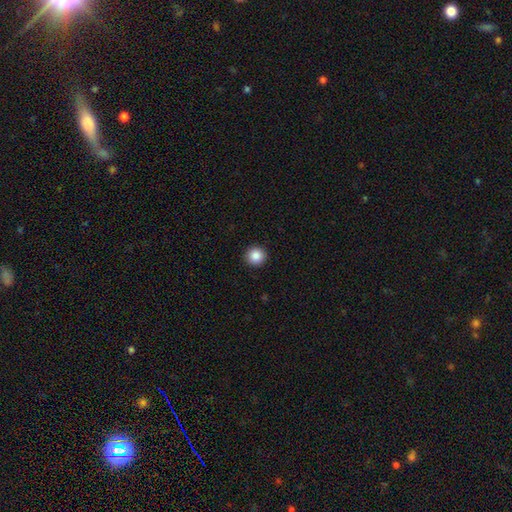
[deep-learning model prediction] Morphology: type=smooth (87%); roundness=round (95%); merging=none (93%).